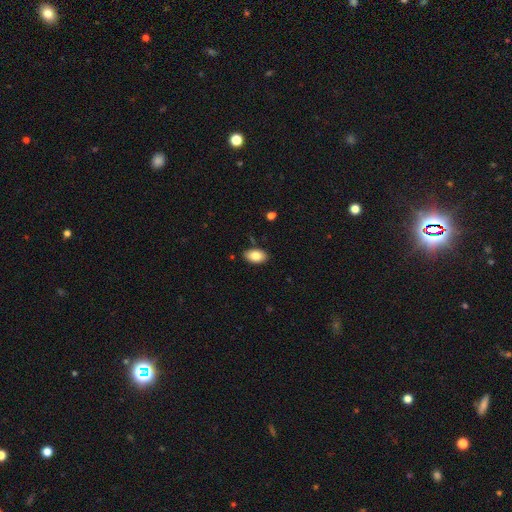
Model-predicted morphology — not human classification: A smooth galaxy with no disk features (82%) that is in between round and cigar-shaped (91%).

Vote fractions:
- Smooth or featured? smooth: 82% / featured or disk: 10% / star or artifact: 7%
- How rounded? in between: 91% / round: 7% / cigar-shaped: 1%
- Merging? none: 86% / minor disturbance: 10% / major disturbance: 2% / merger: 2%